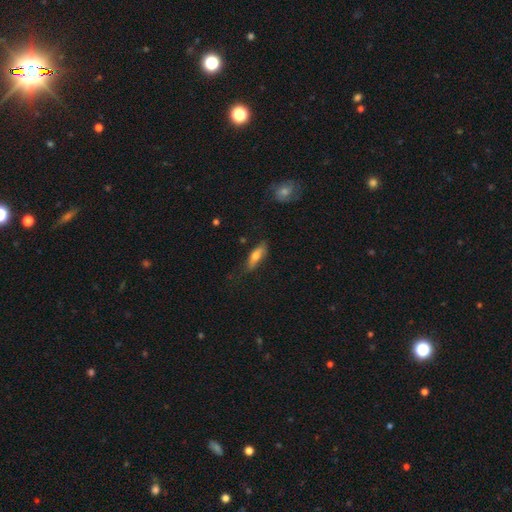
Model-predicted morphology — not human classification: This is likely a smooth galaxy (62%). How rounded: possibly cigar-shaped (54%). Merging: likely none (71%).